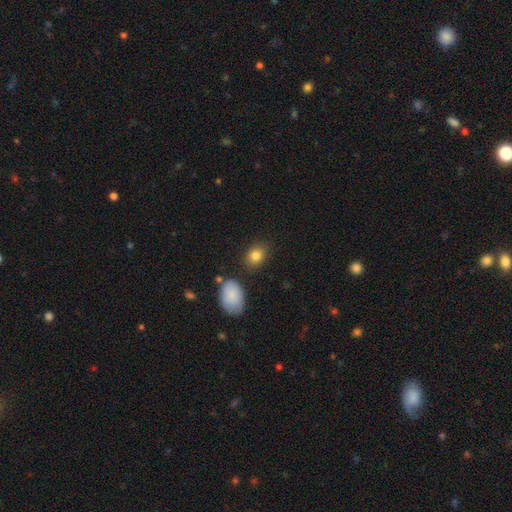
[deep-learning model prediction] This is clearly a smooth galaxy (84%). How rounded: possibly in between (57%). Merging: likely none (79%).